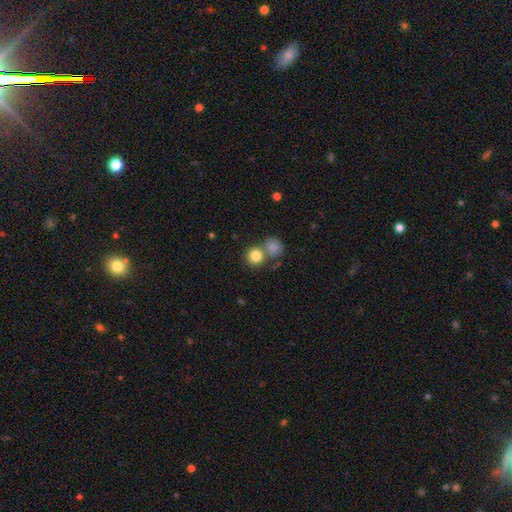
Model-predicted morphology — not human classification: This appears to be a smooth galaxy with no disk features (82%) that is round (89%). Merging: none (56%).